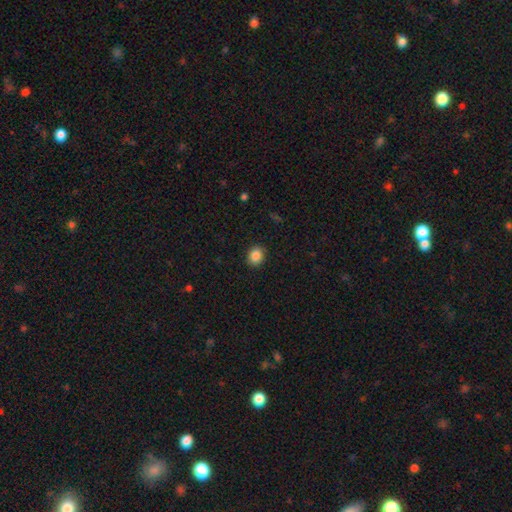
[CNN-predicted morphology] A smooth galaxy with no disk features (87%) that is round (58%).

Vote fractions:
- Smooth or featured? smooth: 87% / star or artifact: 9% / featured or disk: 4%
- How rounded? round: 58% / in between: 41% / cigar-shaped: 1%
- Merging? none: 90% / minor disturbance: 7% / major disturbance: 2% / merger: 1%